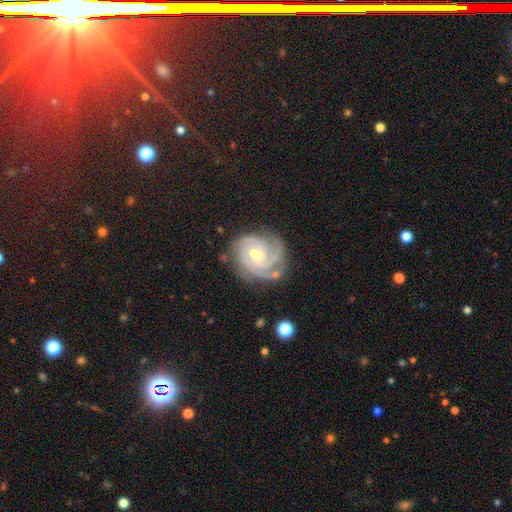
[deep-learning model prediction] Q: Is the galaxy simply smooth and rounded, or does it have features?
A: featured or disk — 89%.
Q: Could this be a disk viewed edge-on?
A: no — 98%.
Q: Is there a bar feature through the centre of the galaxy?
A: weak — 45%.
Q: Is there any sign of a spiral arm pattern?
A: yes — 98%.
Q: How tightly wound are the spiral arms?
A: tight — 72%.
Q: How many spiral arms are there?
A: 3 — 48%.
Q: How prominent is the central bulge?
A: small — 49%.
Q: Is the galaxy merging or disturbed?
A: none — 73%.